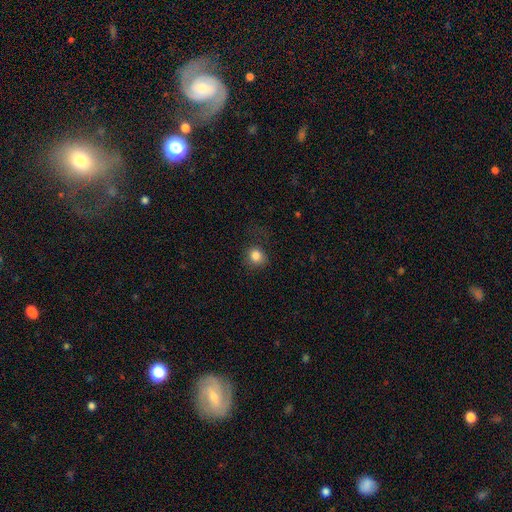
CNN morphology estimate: smooth-or-featured: smooth: 83% | star or artifact: 11% | featured or disk: 6%
  how-rounded: round: 81% | in between: 18% | cigar-shaped: 1%
  merging: none: 73% | minor disturbance: 16% | major disturbance: 10% | merger: 1%